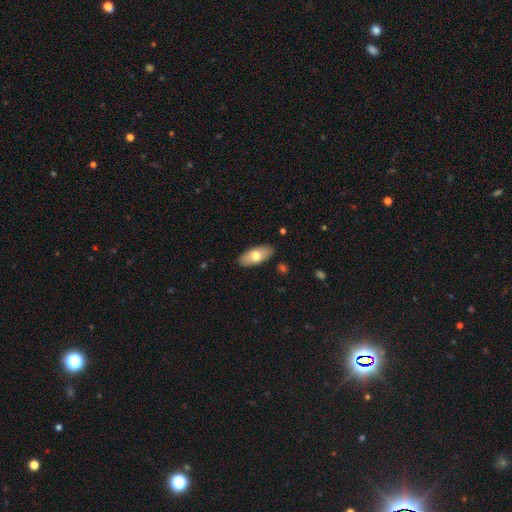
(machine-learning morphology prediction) smooth-or-featured: smooth: 69% | featured or disk: 25% | star or artifact: 6%
  how-rounded: in between: 89% | cigar-shaped: 9% | round: 2%
  merging: none: 88% | minor disturbance: 9% | major disturbance: 2% | merger: 1%